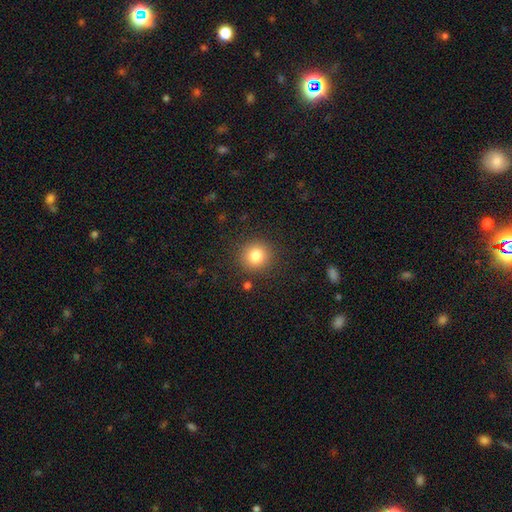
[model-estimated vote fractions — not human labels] The model was most divided on "smooth or featured": smooth: 82%, star or artifact: 11%, featured or disk: 7%. More confident: how rounded — round (92%); merging — none (89%).